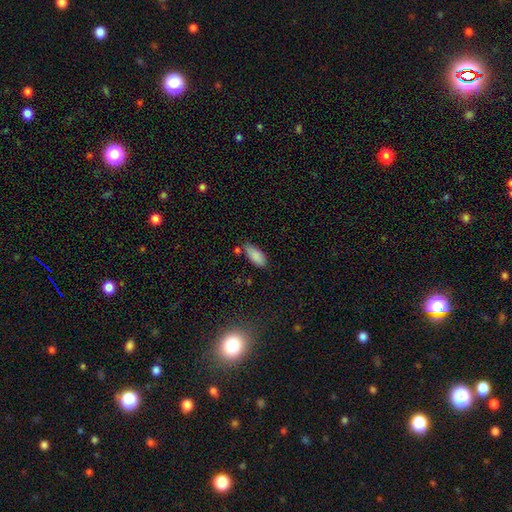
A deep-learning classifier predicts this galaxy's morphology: smooth_or_featured: smooth (p=0.87) [alt: star or artifact p=0.08]
how_rounded: in between (p=0.84) [alt: cigar-shaped p=0.14]
merging: none (p=0.59) [alt: minor disturbance p=0.26]